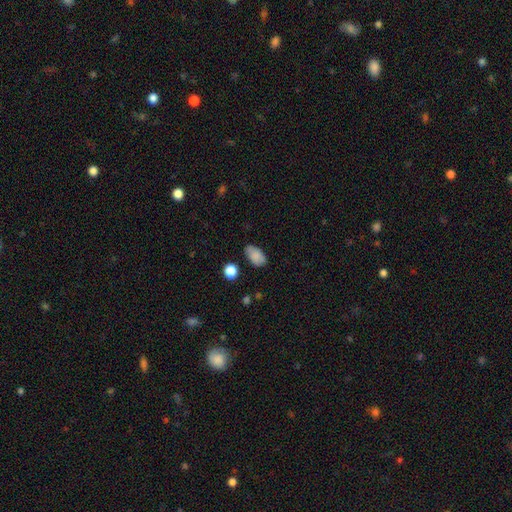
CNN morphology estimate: This appears to be a smooth galaxy with no disk features (85%) that is in between round and cigar-shaped (92%). Merging: none (77%).